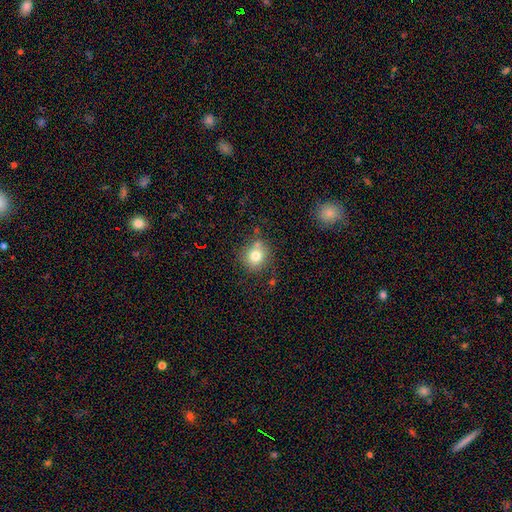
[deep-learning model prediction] smooth-or-featured: smooth: 78% | star or artifact: 12% | featured or disk: 10%
  how-rounded: round: 87% | in between: 12% | cigar-shaped: 1%
  merging: none: 73% | minor disturbance: 13% | merger: 10% | major disturbance: 4%